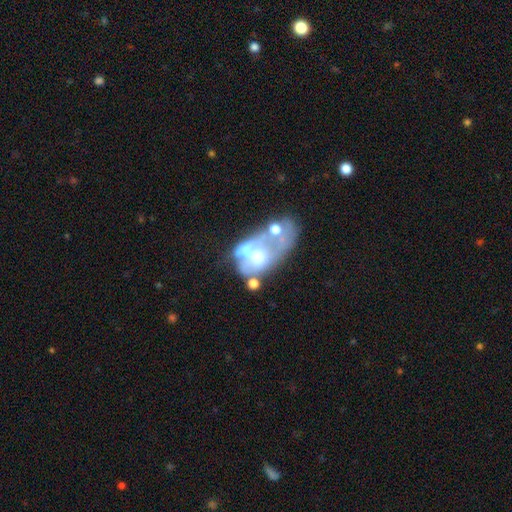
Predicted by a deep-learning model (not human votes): featured or disk 61%, smooth 26%, star or artifact 13%. Down the decision tree: edge-on disk — no (96%); bar — no (85%); spiral arms — no (85%); bulge size — moderate (41%); merging — merger (39%).